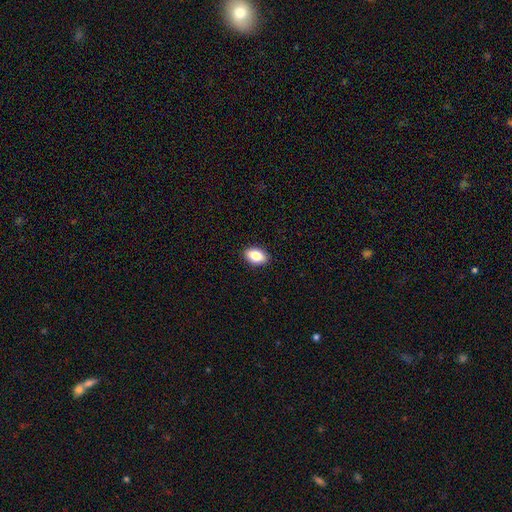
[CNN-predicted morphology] Overall: smooth (83%). How rounded: in between (88%). Merging: none (90%).